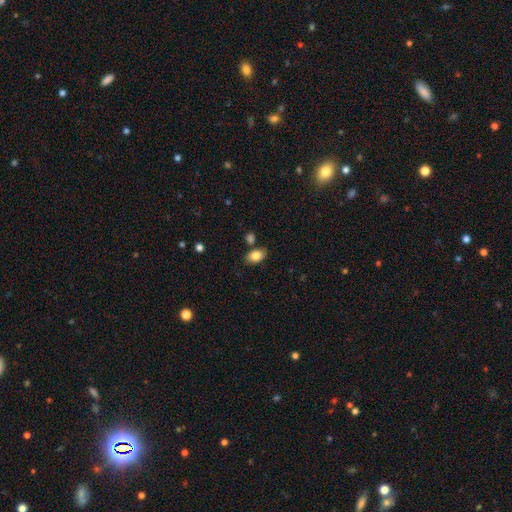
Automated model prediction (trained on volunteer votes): smooth 83%, featured or disk 9%, star or artifact 8%. Down the decision tree: how rounded — in between (87%); merging — none (76%).